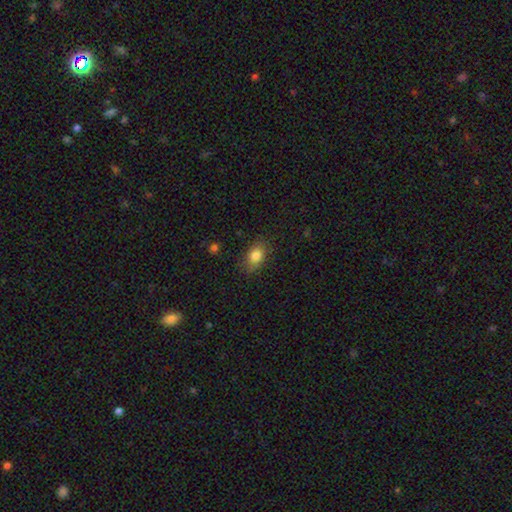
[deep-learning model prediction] The model was most divided on "how rounded": in between: 75%, round: 24%, cigar-shaped: 2%. More confident: smooth or featured — smooth (83%); merging — none (80%).